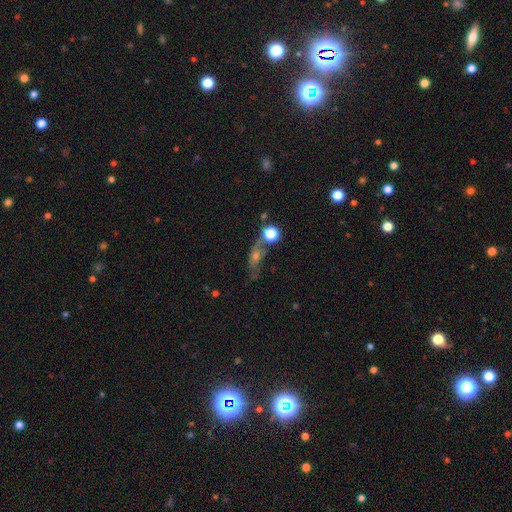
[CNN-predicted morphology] Smooth or featured? Predicted: featured or disk (p=0.40). Merging? Predicted: none (p=0.51).